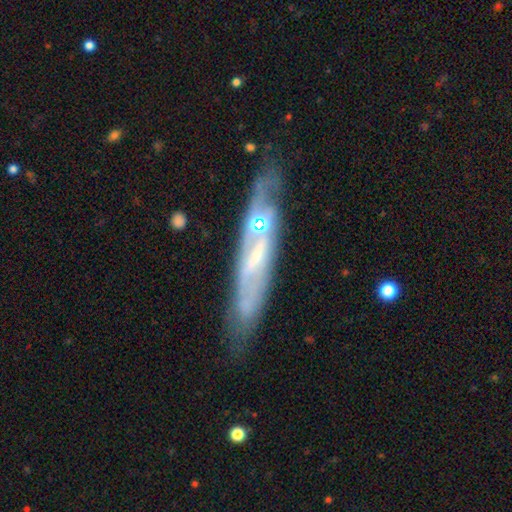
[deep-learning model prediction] Smooth or featured? featured or disk (73%)
Edge-on disk? no (54%)
Merging? none (65%)